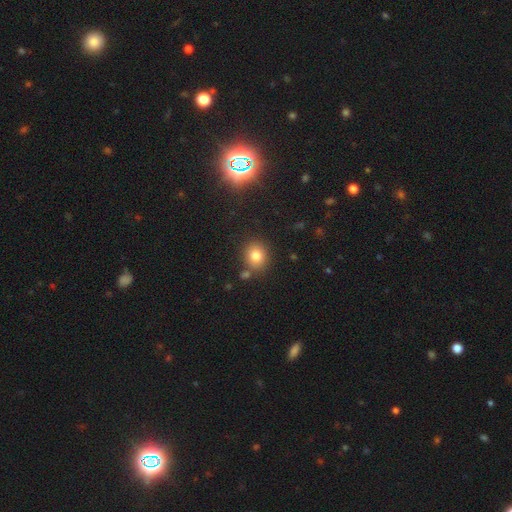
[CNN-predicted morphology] A smooth galaxy with no disk features (80%) that is round (72%).

Vote fractions:
- Smooth or featured? smooth: 80% / star or artifact: 12% / featured or disk: 8%
- How rounded? round: 72% / in between: 27% / cigar-shaped: 1%
- Merging? none: 79% / minor disturbance: 10% / merger: 8% / major disturbance: 3%